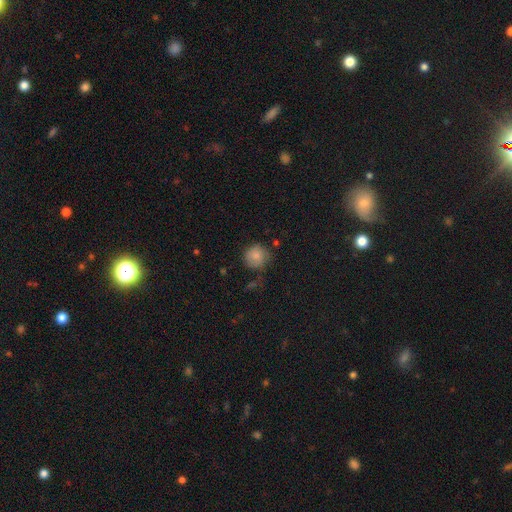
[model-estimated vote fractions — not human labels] smooth-or-featured: smooth: 81% | featured or disk: 10% | star or artifact: 9%
  how-rounded: round: 88% | in between: 11% | cigar-shaped: 1%
  merging: none: 65% | minor disturbance: 24% | major disturbance: 8% | merger: 3%